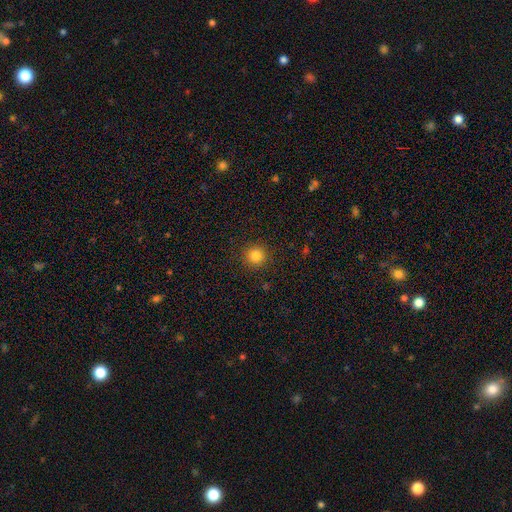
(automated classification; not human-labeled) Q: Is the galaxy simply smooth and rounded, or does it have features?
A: smooth — 83%.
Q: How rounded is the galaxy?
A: round — 94%.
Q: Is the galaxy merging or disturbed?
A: none — 91%.